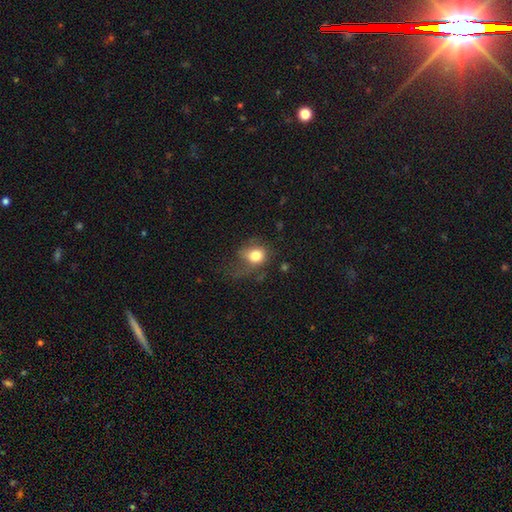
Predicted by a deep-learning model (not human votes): Overall: smooth (75%). How rounded: round (56%; in between 42%). Merging: none (37%; major disturbance 33%).